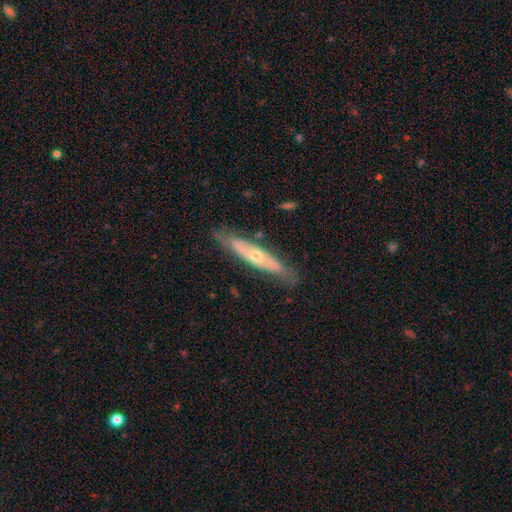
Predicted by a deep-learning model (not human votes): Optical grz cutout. It shows a featured or disk galaxy (63%) viewed edge-on (57%). Merging: none (75%).